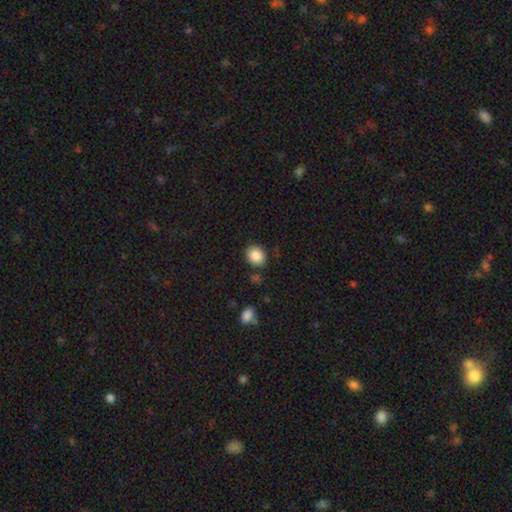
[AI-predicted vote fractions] Smooth or featured?
  - smooth: 87% *
  - star or artifact: 8%
  - featured or disk: 5%
How rounded?
  - round: 61% *
  - in between: 39%
  - cigar-shaped: 1%
Merging?
  - none: 84% *
  - minor disturbance: 10%
  - merger: 3%
  - major disturbance: 3%